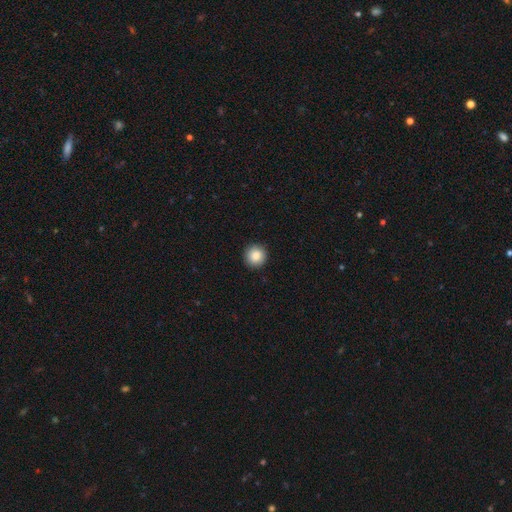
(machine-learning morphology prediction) This is clearly a smooth galaxy (87%). How rounded: clearly round (94%). Merging: clearly none (92%).